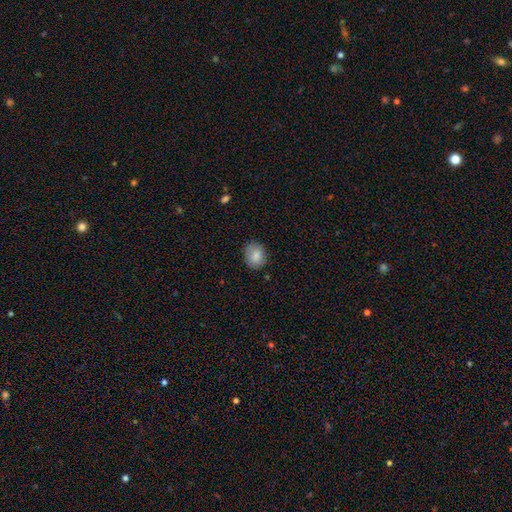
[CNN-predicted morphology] smooth_or_featured: smooth (p=0.85) [alt: star or artifact p=0.08]
how_rounded: round (p=0.51) [alt: in between p=0.48]
merging: none (p=0.80) [alt: minor disturbance p=0.15]